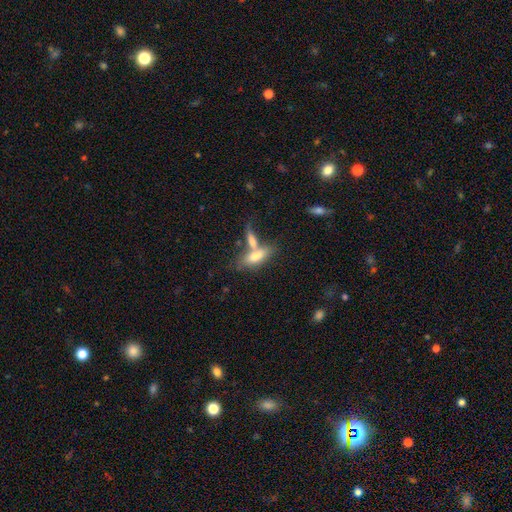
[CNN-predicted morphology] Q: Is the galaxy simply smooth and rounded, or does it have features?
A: smooth — 68%.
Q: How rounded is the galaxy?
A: in between — 66%.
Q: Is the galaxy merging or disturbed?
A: merger — 47%.